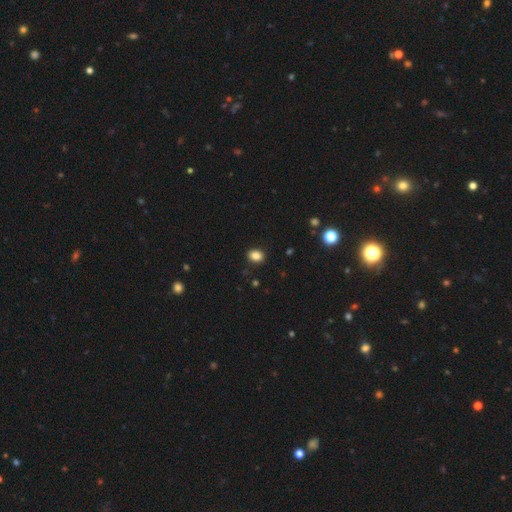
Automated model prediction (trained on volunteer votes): Q: Smooth or featured?
A: smooth (85%); runner-up: star or artifact (11%)
Q: How rounded?
A: in between (58%); runner-up: round (41%)
Q: Merging?
A: none (89%); runner-up: minor disturbance (7%)